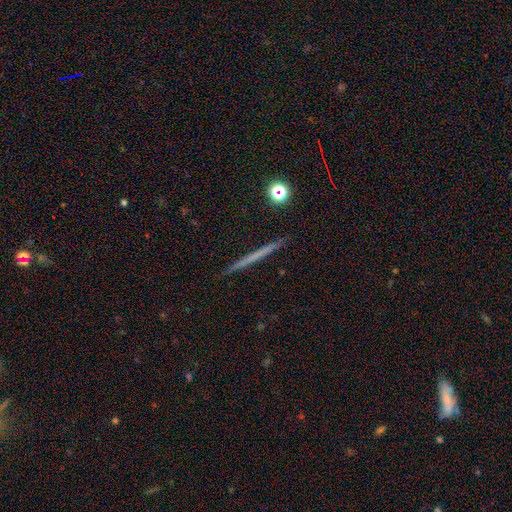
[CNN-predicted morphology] Overall: smooth (48%; featured or disk 45%). Merging: none (93%).